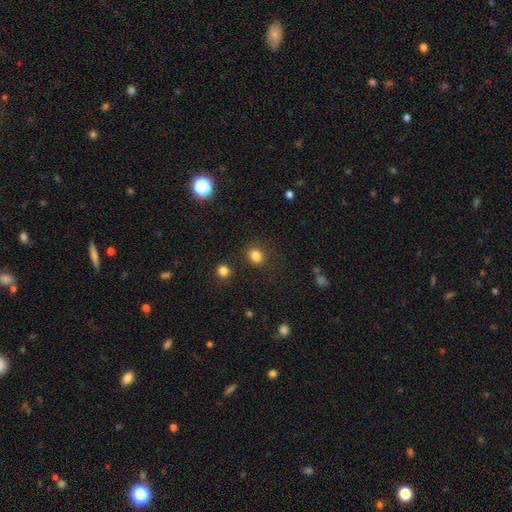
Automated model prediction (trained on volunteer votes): Overall: smooth (84%). How rounded: round (72%). Merging: none (84%).